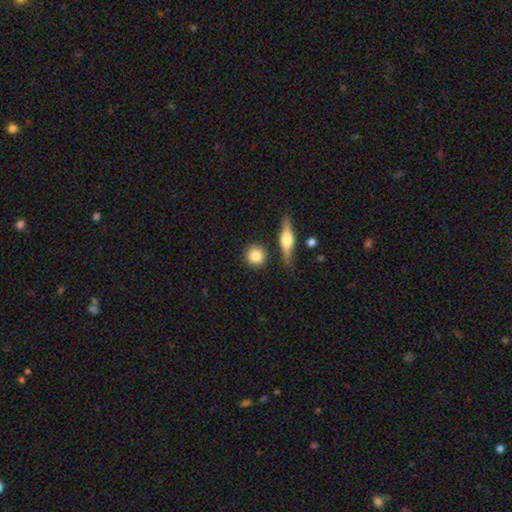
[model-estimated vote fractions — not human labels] smooth-or-featured: smooth: 81% | featured or disk: 12% | star or artifact: 7%
  how-rounded: round: 88% | in between: 9% | cigar-shaped: 3%
  merging: none: 84% | minor disturbance: 8% | merger: 5% | major disturbance: 3%